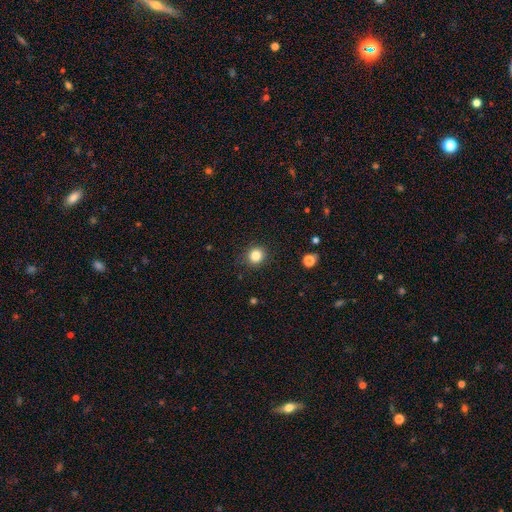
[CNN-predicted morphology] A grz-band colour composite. It shows a smooth galaxy with no disk features (83%) that is round (88%). Merging: none (89%).